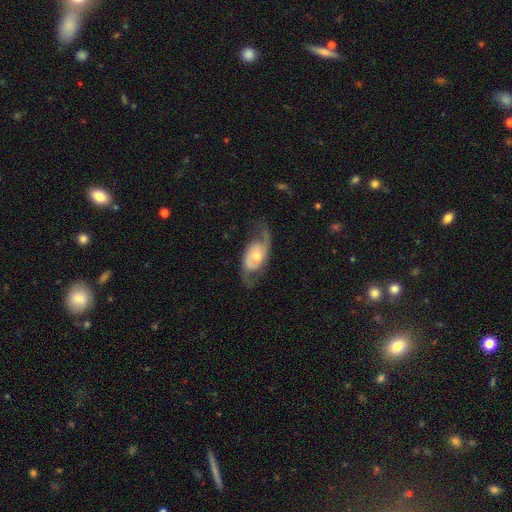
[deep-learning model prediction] A featured or disk galaxy (79%) with no bar (65%), 2 (84%) loose (43%) spiral arms (91%) and a moderate central bulge (56%).

Vote fractions:
- Smooth or featured? featured or disk: 79% / smooth: 15% / star or artifact: 6%
- Edge-on disk? no: 94% / yes: 6%
- Bar? no: 65% / weak: 28% / strong: 7%
- Spiral arms? yes: 91% / no: 9%
- Spiral winding? loose: 43% / medium: 40% / tight: 17%
- Spiral arm count? 2: 84% / can't tell: 7% / 1: 6% / 3: 1% / 4: 1% / more than 4: 1%
- Bulge size? moderate: 56% / small: 36% / large: 5% / none: 2% / dominant: 1%
- Merging? none: 63% / minor disturbance: 20% / major disturbance: 15% / merger: 2%